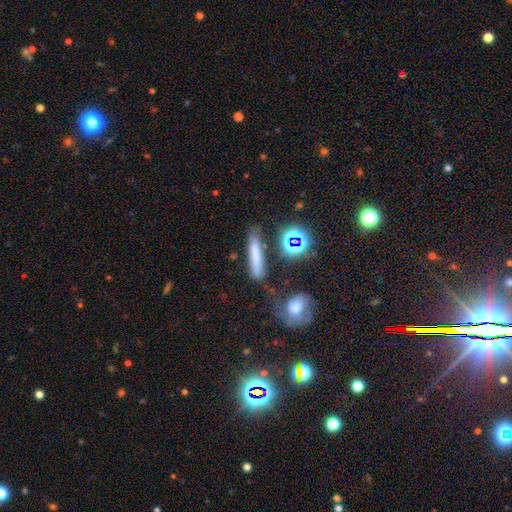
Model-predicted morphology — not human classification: smooth-or-featured: smooth: 66% | featured or disk: 17% | star or artifact: 17%
  how-rounded: cigar-shaped: 82% | in between: 12% | round: 6%
  merging: none: 73% | minor disturbance: 14% | merger: 7% | major disturbance: 6%